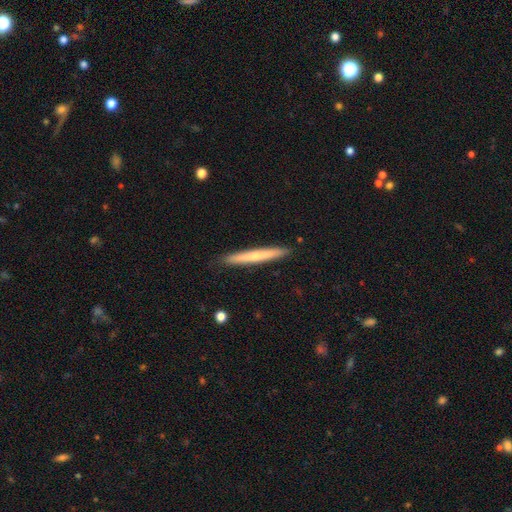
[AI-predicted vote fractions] A smooth galaxy with no disk features (53%) that is cigar-shaped (96%). Merging: none (90%).